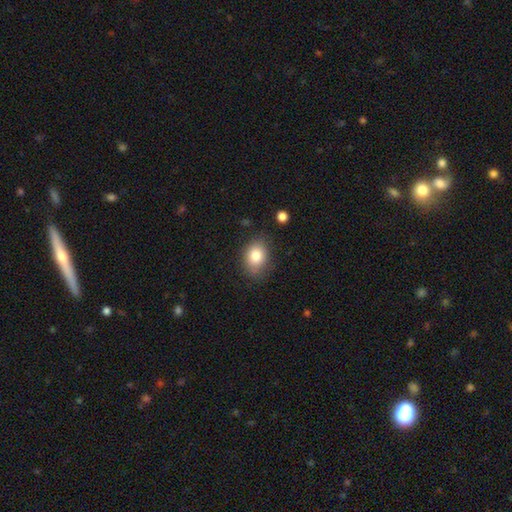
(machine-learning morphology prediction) type=smooth (83%); roundness=in between (68%); merging=none (77%).